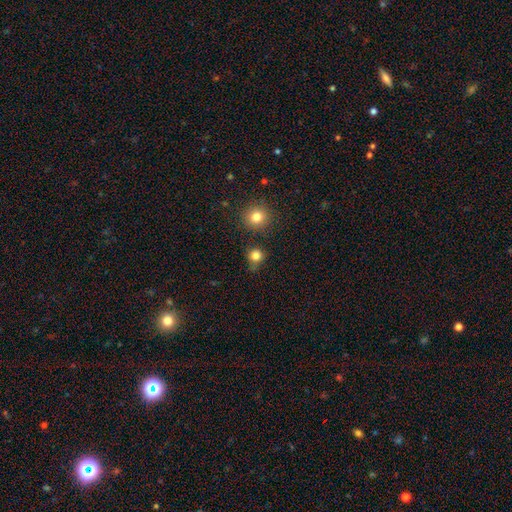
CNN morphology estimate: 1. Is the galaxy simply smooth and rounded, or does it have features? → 81% smooth, 14% star or artifact, 5% featured or disk.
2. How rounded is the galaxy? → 91% round, 8% in between, 1% cigar-shaped.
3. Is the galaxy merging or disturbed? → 78% none, 12% minor disturbance, 6% merger, 4% major disturbance.